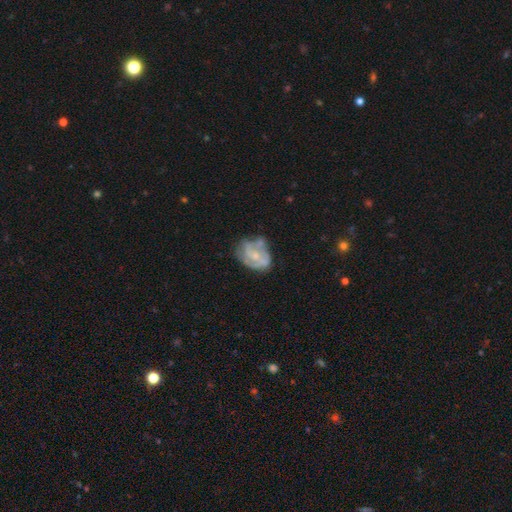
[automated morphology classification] Smooth or featured?
  - featured or disk: 66% *
  - smooth: 27%
  - star or artifact: 7%
Edge-on disk?
  - no: 98% *
  - yes: 2%
Bar?
  - no: 65% *
  - weak: 29%
  - strong: 6%
Spiral arms?
  - yes: 61% *
  - no: 39%
Bulge size?
  - small: 54% *
  - moderate: 33%
  - none: 10%
  - large: 2%
  - dominant: 1%
Merging?
  - none: 46% *
  - minor disturbance: 29%
  - major disturbance: 17%
  - merger: 7%